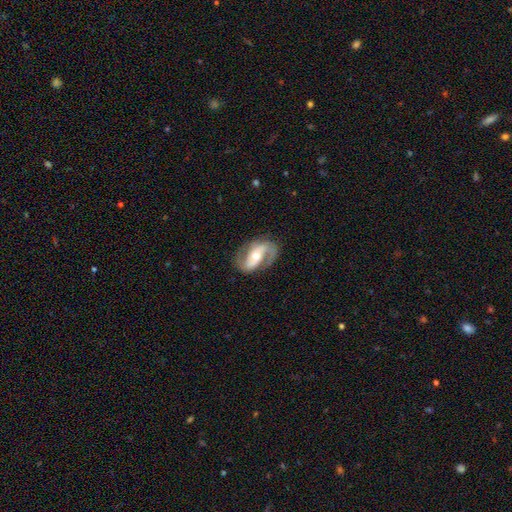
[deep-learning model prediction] Morphology: type=featured or disk (85%); edge-on=no (96%); bar=strong (39%); spiral arms=yes (93%); winding=medium (48%); arm count=2 (88%); bulge=moderate (62%); merging=none (77%).